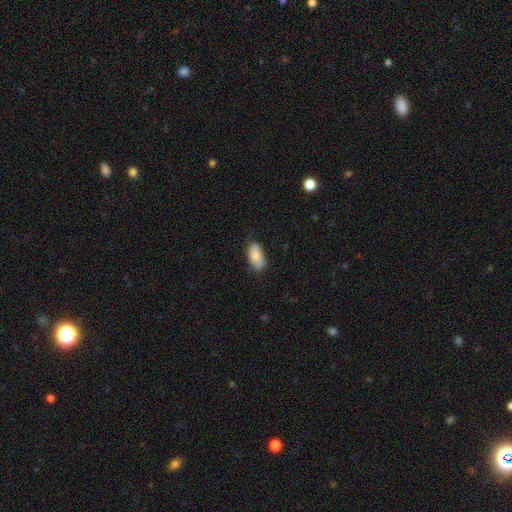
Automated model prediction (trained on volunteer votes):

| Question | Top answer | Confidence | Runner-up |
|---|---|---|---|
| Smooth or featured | smooth | 84% | featured or disk (10%) |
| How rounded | in between | 92% | cigar-shaped (5%) |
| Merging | none | 75% | minor disturbance (20%) |